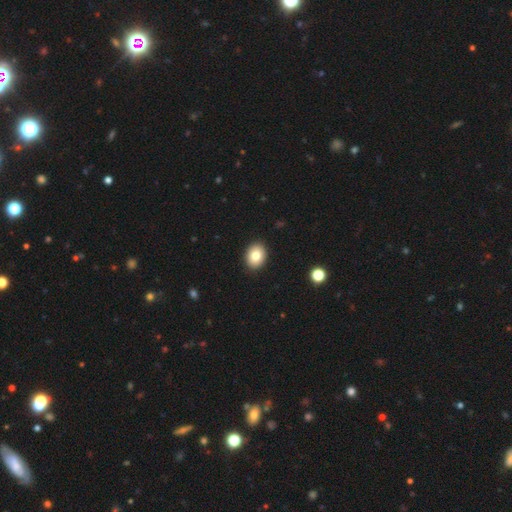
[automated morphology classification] Smooth or featured? Predicted: smooth (p=0.81). How rounded? Predicted: in between (p=0.57). Merging? Predicted: none (p=0.92).